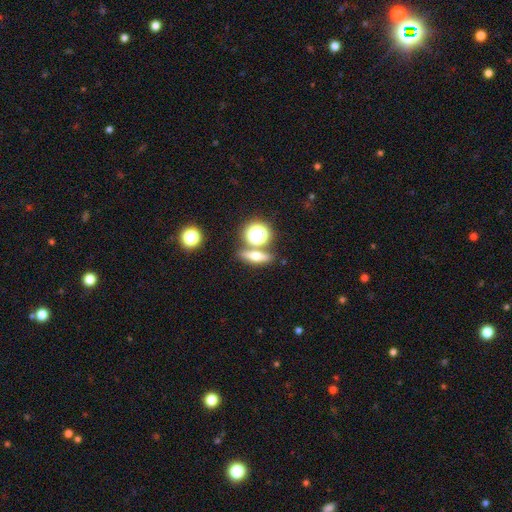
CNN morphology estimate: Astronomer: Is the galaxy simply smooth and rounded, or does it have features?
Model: smooth — 49% (runner-up: featured or disk, 33%).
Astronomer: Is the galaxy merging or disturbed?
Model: none — 75%.